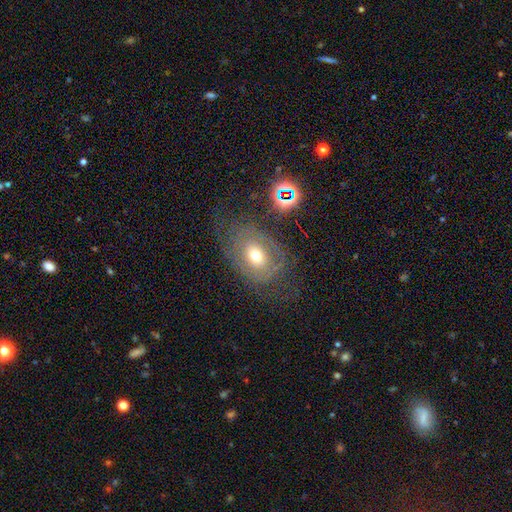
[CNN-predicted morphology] A featured or disk galaxy (45%). Merging: none (56%).